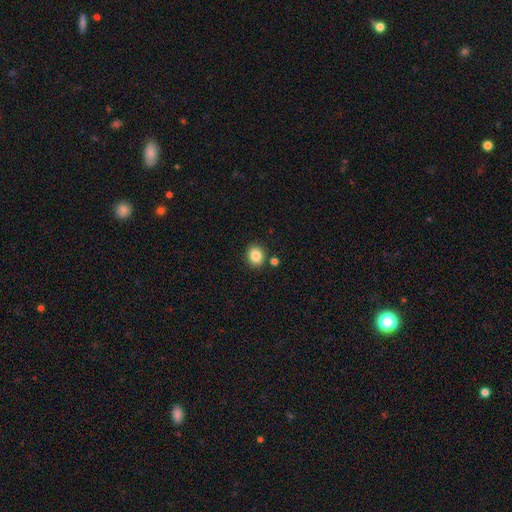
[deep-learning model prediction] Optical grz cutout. It shows a smooth galaxy with no disk features (85%) that is round (69%). Merging: none (85%).